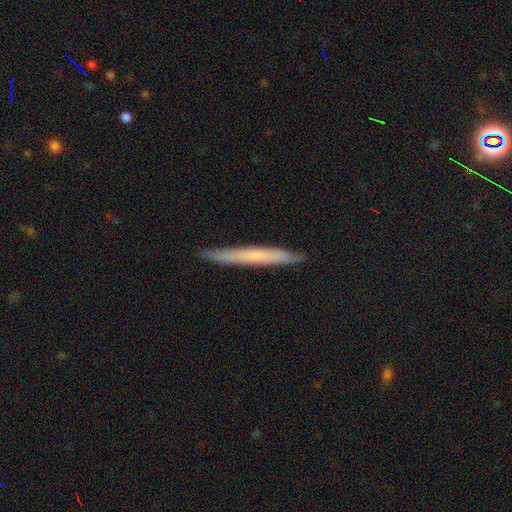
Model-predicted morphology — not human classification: The model was most divided on "smooth or featured": smooth: 58%, featured or disk: 36%, star or artifact: 6%. More confident: how rounded — cigar-shaped (97%); merging — none (90%).